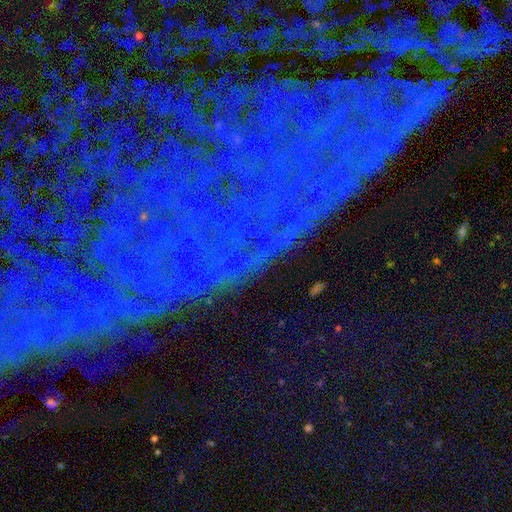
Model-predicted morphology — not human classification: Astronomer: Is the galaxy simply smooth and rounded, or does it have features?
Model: star or artifact — 81%.